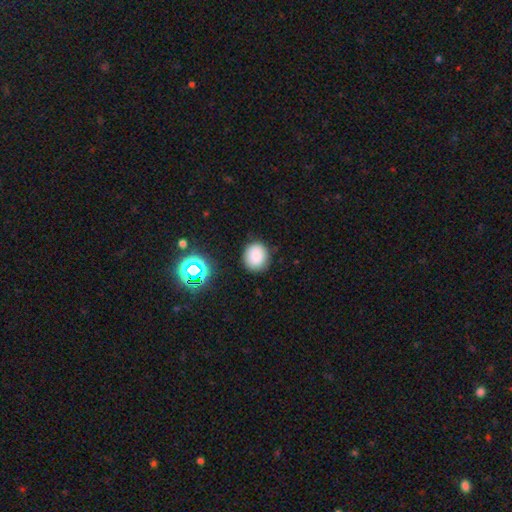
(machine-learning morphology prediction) smooth_or_featured: smooth (p=0.82) [alt: star or artifact p=0.13]
how_rounded: round (p=0.77) [alt: in between p=0.22]
merging: none (p=0.85) [alt: minor disturbance p=0.10]